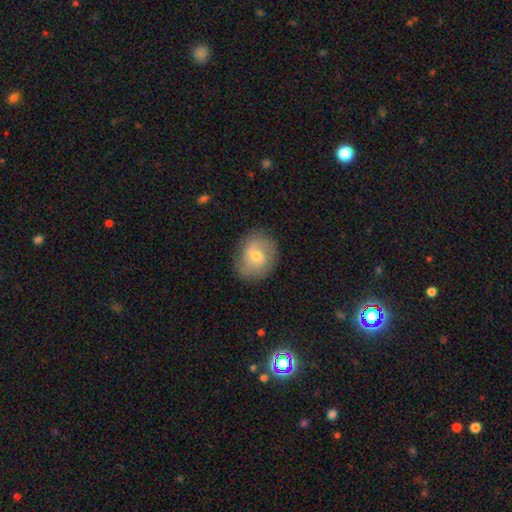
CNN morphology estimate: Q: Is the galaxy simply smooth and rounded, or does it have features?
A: smooth — 47%.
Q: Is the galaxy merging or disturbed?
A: none — 79%.